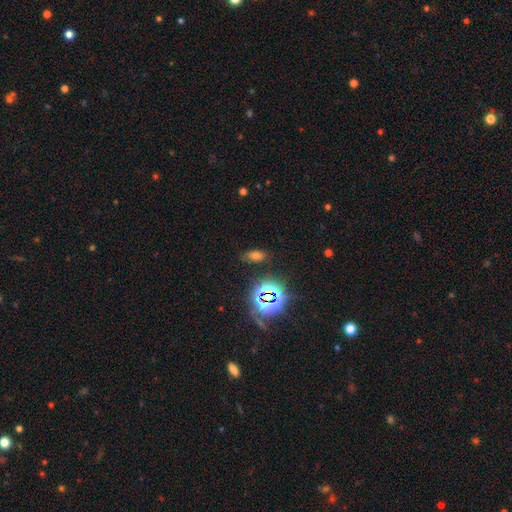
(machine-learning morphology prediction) Smooth or featured: smooth — 55% (star or artifact — 37%)
How rounded: in between — 83% (round — 9%)
Merging: none — 82% (minor disturbance — 12%)